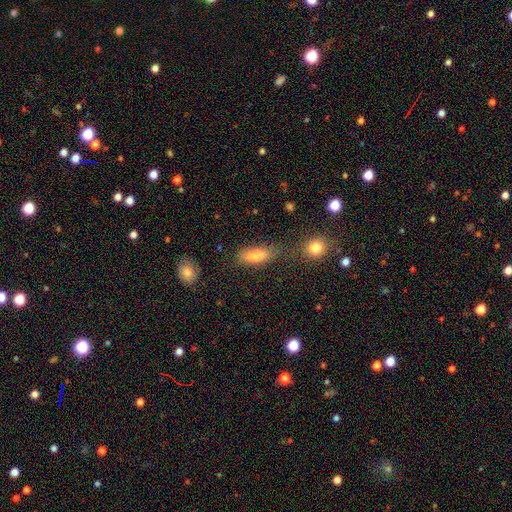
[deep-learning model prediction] This is likely a smooth galaxy (79%). How rounded: likely in between (69%). Merging: likely none (63%).